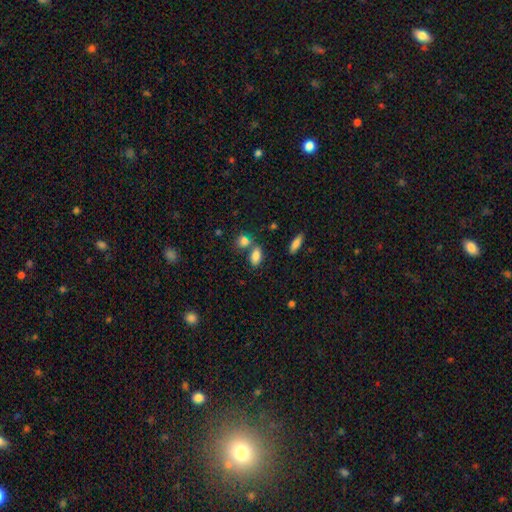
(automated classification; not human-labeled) Q: Smooth or featured?
A: smooth (84%); runner-up: star or artifact (10%)
Q: How rounded?
A: in between (86%); runner-up: round (10%)
Q: Merging?
A: none (59%); runner-up: merger (24%)